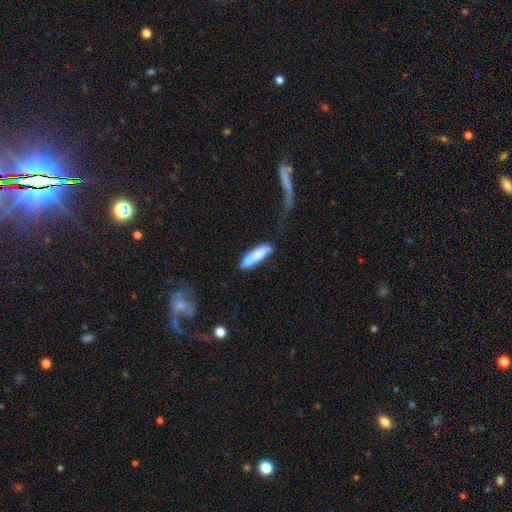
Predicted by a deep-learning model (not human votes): Morphology: type=smooth (71%); roundness=cigar-shaped (73%); merging=none (46%).